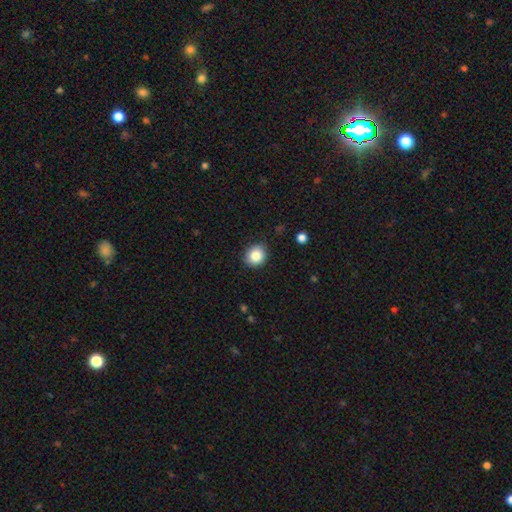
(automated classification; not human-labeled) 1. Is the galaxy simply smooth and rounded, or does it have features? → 85% smooth, 9% star or artifact, 6% featured or disk.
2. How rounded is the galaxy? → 76% round, 24% in between, 1% cigar-shaped.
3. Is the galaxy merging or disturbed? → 87% none, 10% minor disturbance, 2% major disturbance, 1% merger.